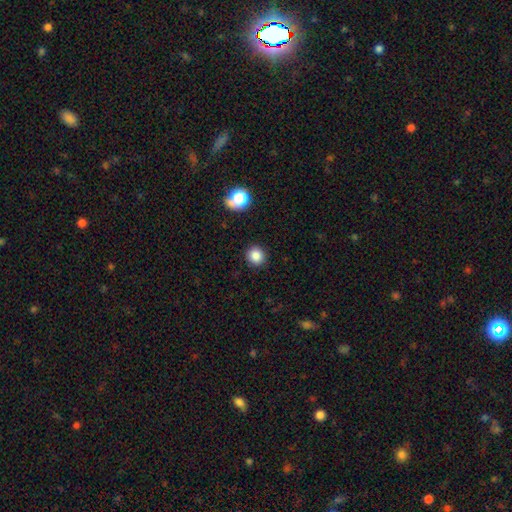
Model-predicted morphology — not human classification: Smooth or featured: smooth — 84% (star or artifact — 12%)
How rounded: round — 89% (in between — 10%)
Merging: none — 90% (minor disturbance — 6%)